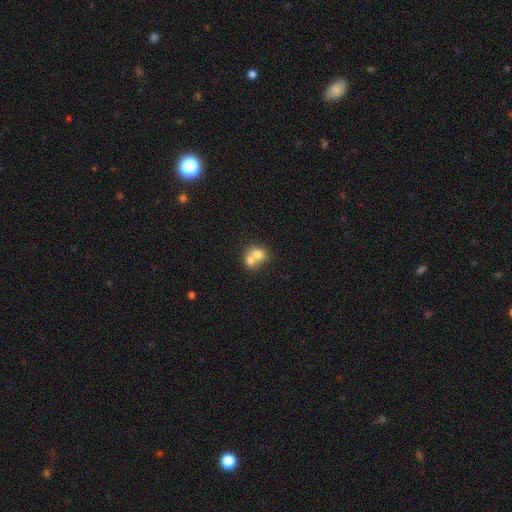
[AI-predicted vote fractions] Smooth or featured? Predicted: smooth (p=0.71). How rounded? Predicted: round (p=0.62). Merging? Predicted: merger (p=0.71).